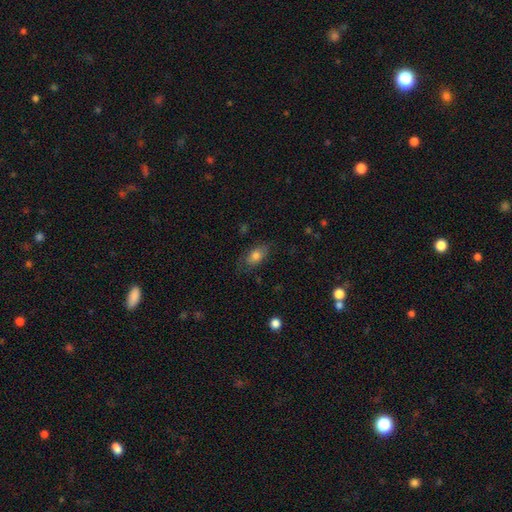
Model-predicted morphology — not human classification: This appears to be a smooth galaxy with no disk features (76%) that is in between round and cigar-shaped (86%). Merging: none (72%).